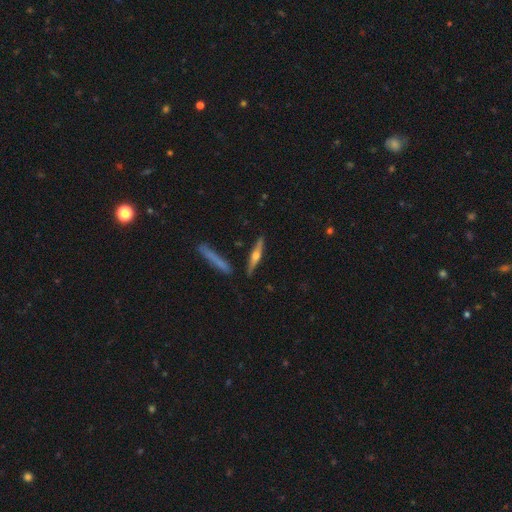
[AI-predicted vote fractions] smooth_or_featured: featured or disk (p=0.67) [alt: smooth p=0.28]
disk_edge_on: yes (p=0.96) [alt: no p=0.04]
edge_on_bulge: rounded (p=0.91) [alt: none p=0.04]
merging: none (p=0.87) [alt: minor disturbance p=0.08]